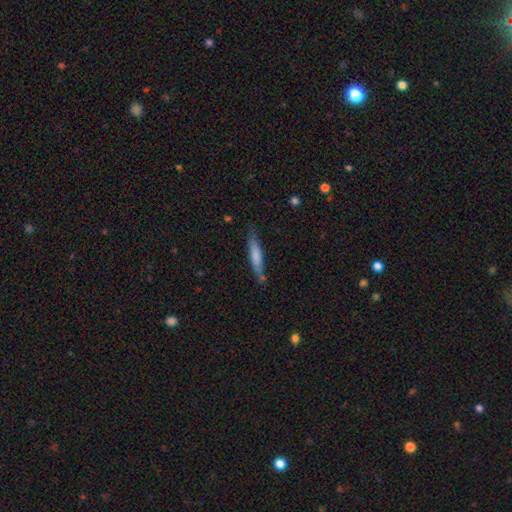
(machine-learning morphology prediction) Smooth or featured? Predicted: smooth (p=0.72). How rounded? Predicted: cigar-shaped (p=0.87). Merging? Predicted: none (p=0.72).